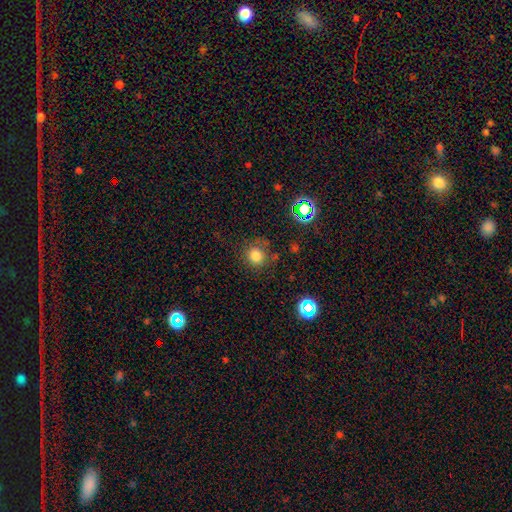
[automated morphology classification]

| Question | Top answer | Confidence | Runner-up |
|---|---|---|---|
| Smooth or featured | smooth | 77% | star or artifact (16%) |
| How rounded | round | 89% | in between (10%) |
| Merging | none | 75% | minor disturbance (15%) |